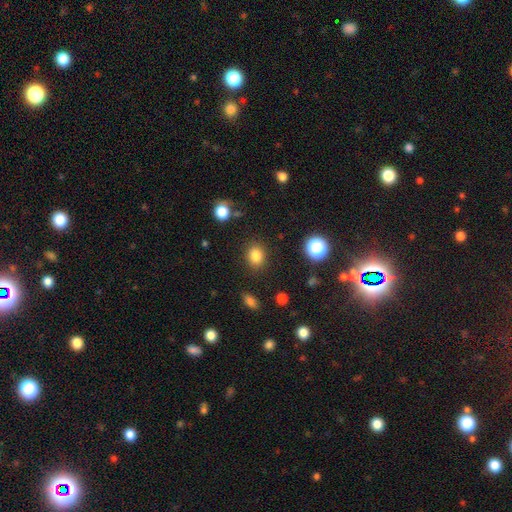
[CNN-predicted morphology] Smooth or featured?
  - smooth: 83% *
  - star or artifact: 12%
  - featured or disk: 5%
How rounded?
  - round: 56% *
  - in between: 43%
  - cigar-shaped: 1%
Merging?
  - none: 87% *
  - minor disturbance: 8%
  - major disturbance: 3%
  - merger: 2%